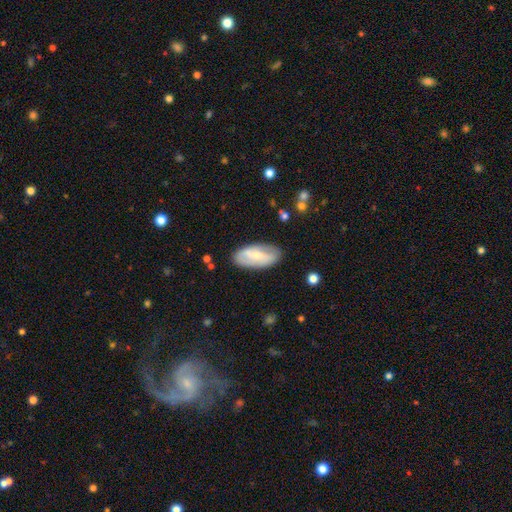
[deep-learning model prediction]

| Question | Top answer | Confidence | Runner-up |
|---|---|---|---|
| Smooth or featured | featured or disk | 48% | smooth (46%) |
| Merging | none | 80% | minor disturbance (15%) |